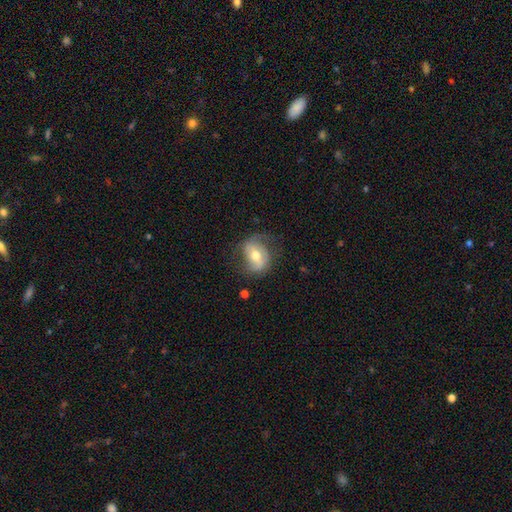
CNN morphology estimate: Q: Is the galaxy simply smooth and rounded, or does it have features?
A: featured or disk — 57%.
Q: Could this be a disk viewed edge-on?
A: no — 95%.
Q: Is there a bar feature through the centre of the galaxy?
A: weak — 40%.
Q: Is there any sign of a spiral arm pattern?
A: yes — 73%.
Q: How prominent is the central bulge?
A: moderate — 72%.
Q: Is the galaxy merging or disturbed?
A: none — 61%.